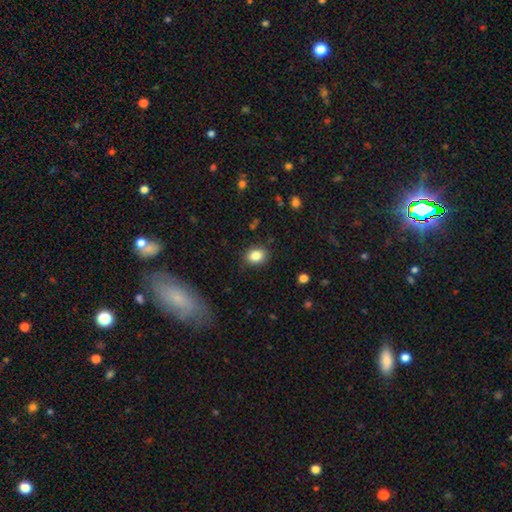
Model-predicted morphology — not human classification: smooth_or_featured: smooth (p=0.84) [alt: star or artifact p=0.10]
how_rounded: in between (p=0.52) [alt: round p=0.47]
merging: none (p=0.86) [alt: minor disturbance p=0.10]